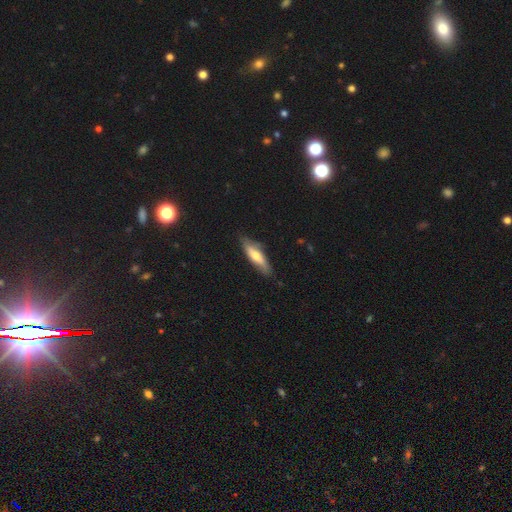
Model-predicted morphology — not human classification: Smooth or featured?
  - smooth: 57% *
  - featured or disk: 38%
  - star or artifact: 6%
How rounded?
  - cigar-shaped: 64% *
  - in between: 34%
  - round: 2%
Merging?
  - none: 78% *
  - minor disturbance: 18%
  - major disturbance: 3%
  - merger: 2%